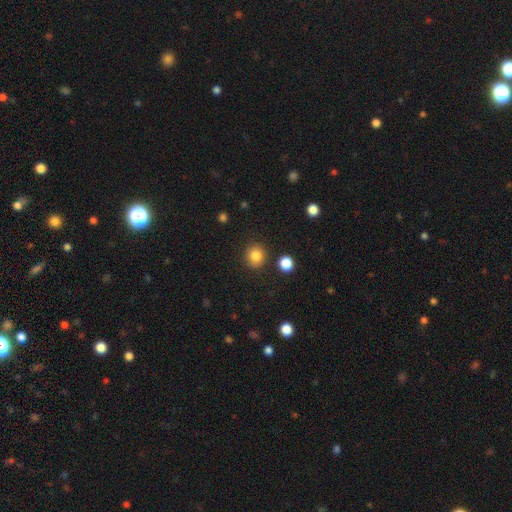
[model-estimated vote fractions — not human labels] smooth_or_featured: smooth (p=0.84) [alt: star or artifact p=0.11]
how_rounded: round (p=0.80) [alt: in between p=0.19]
merging: none (p=0.87) [alt: minor disturbance p=0.08]